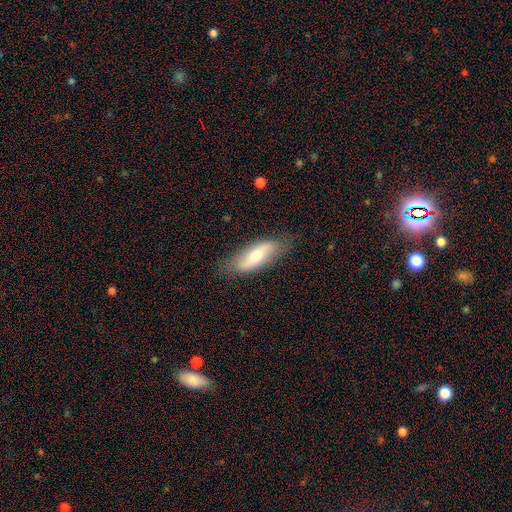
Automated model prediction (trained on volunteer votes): smooth-or-featured: smooth: 51% | featured or disk: 43% | star or artifact: 6%
  how-rounded: in between: 66% | cigar-shaped: 31% | round: 3%
  merging: none: 77% | minor disturbance: 18% | major disturbance: 4% | merger: 1%